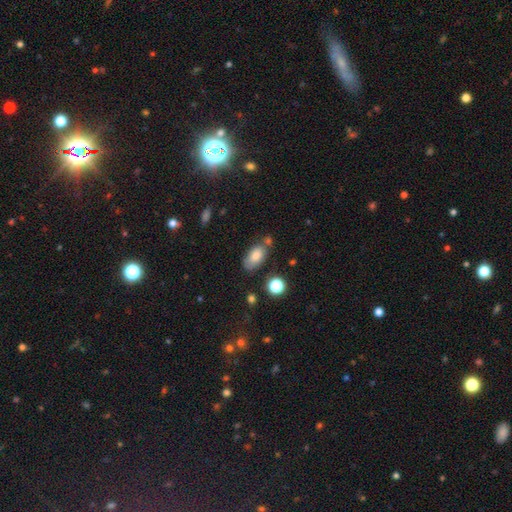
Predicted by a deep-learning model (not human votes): This appears to be a smooth galaxy with no disk features (79%) that is in between round and cigar-shaped (90%). Merging: none (59%).